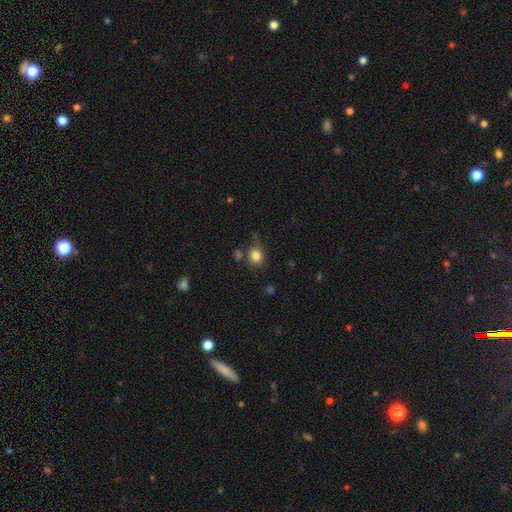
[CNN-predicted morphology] smooth_or_featured: smooth (p=0.83) [alt: star or artifact p=0.11]
how_rounded: round (p=0.62) [alt: in between p=0.37]
merging: none (p=0.74) [alt: minor disturbance p=0.15]